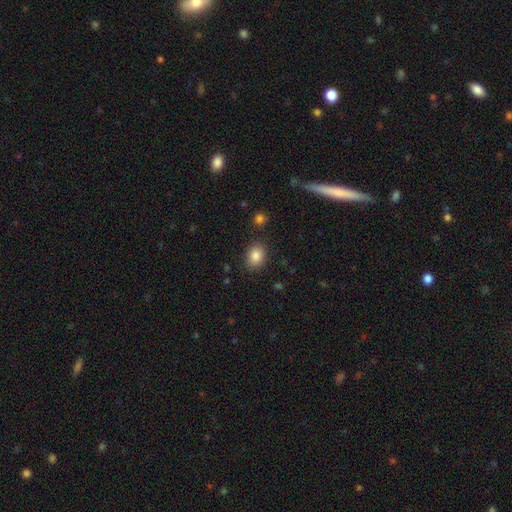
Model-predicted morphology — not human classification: This is clearly a smooth galaxy (85%). How rounded: possibly in between (60%). Merging: clearly none (84%).